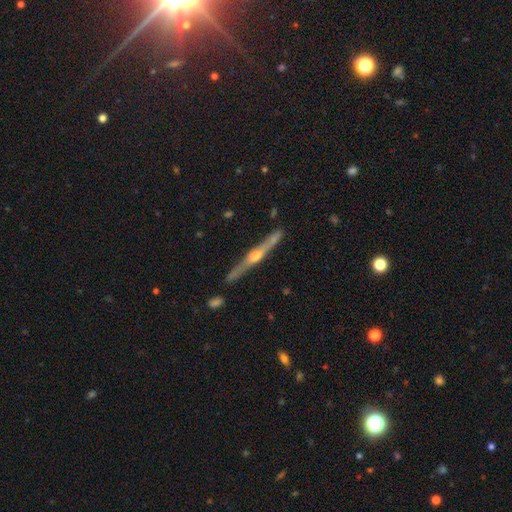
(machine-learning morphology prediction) This appears to be a featured or disk galaxy (79%) viewed edge-on (98%) with a rounded central bulge (86%). Merging: none (86%).